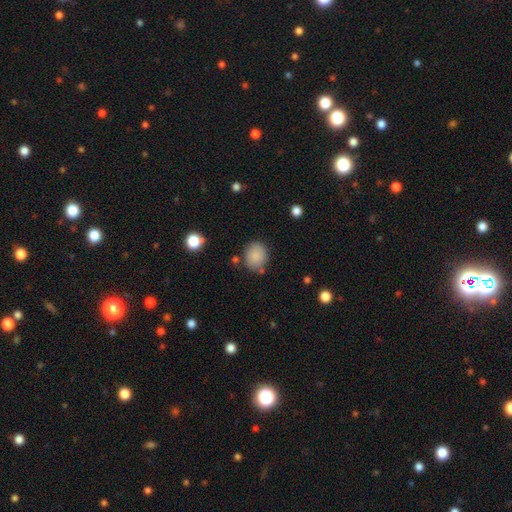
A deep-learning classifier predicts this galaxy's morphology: Q: Smooth or featured?
A: smooth (86%); runner-up: star or artifact (8%)
Q: How rounded?
A: round (66%); runner-up: in between (33%)
Q: Merging?
A: none (77%); runner-up: minor disturbance (14%)